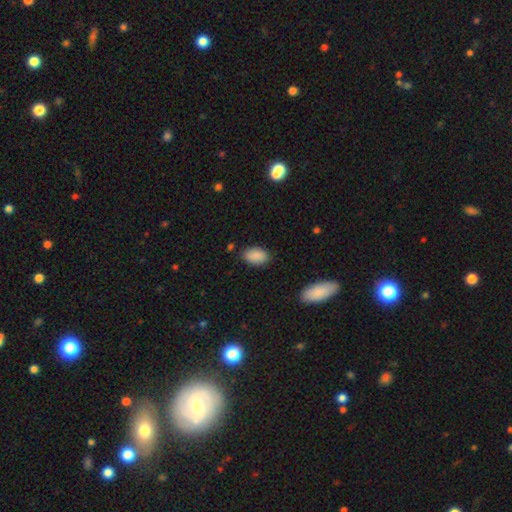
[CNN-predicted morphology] This is clearly a smooth galaxy (89%). How rounded: clearly in between (92%). Merging: clearly none (82%).